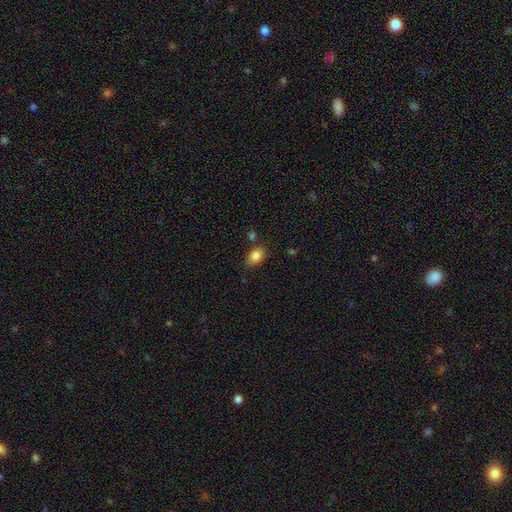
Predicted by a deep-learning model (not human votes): This is clearly a smooth galaxy (85%). How rounded: likely in between (76%). Merging: likely none (74%).